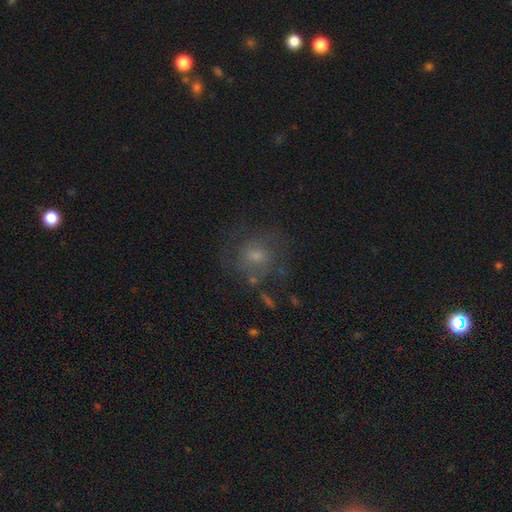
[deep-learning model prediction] The model was most divided on "smooth or featured": featured or disk: 48%, smooth: 37%, star or artifact: 15%. More confident: merging — none (63%).